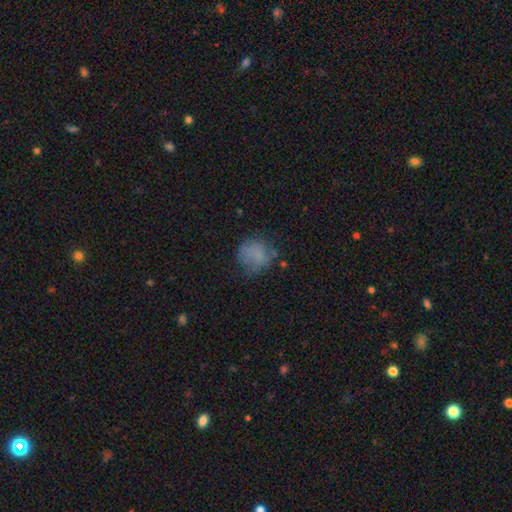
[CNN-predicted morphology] smooth_or_featured: smooth (p=0.68) [alt: featured or disk p=0.19]
how_rounded: round (p=0.71) [alt: in between p=0.28]
merging: none (p=0.54) [alt: minor disturbance p=0.26]